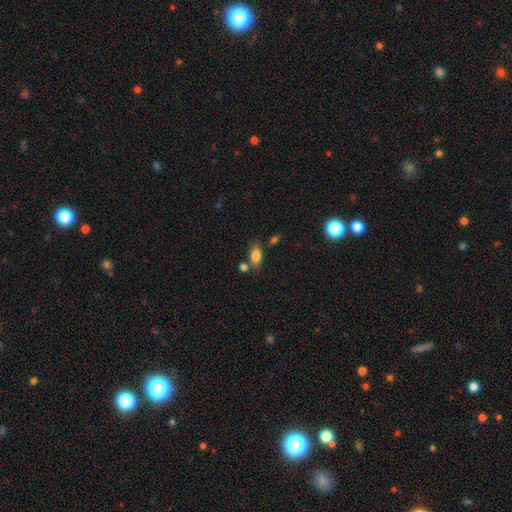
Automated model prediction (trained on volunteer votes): smooth-or-featured: smooth: 83% | star or artifact: 9% | featured or disk: 8%
  how-rounded: in between: 88% | round: 8% | cigar-shaped: 4%
  merging: none: 69% | minor disturbance: 15% | merger: 12% | major disturbance: 4%